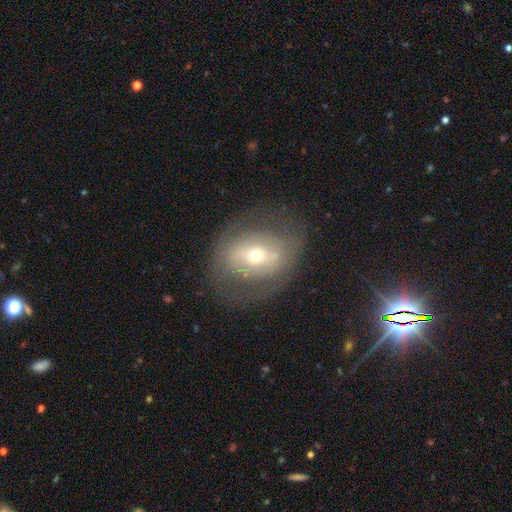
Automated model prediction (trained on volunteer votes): A featured or disk galaxy (58%) with no bar (37%), no spiral arms (65%) and a small central bulge (49%). Merging: none (70%).